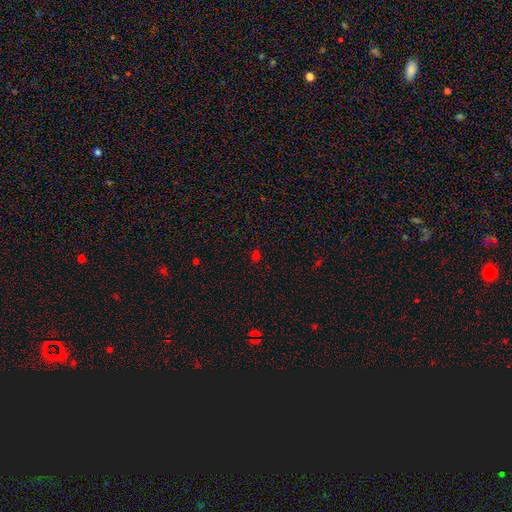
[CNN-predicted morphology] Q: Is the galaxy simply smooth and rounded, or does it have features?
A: smooth — 58%.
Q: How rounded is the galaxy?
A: in between — 56%.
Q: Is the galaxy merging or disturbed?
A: none — 80%.